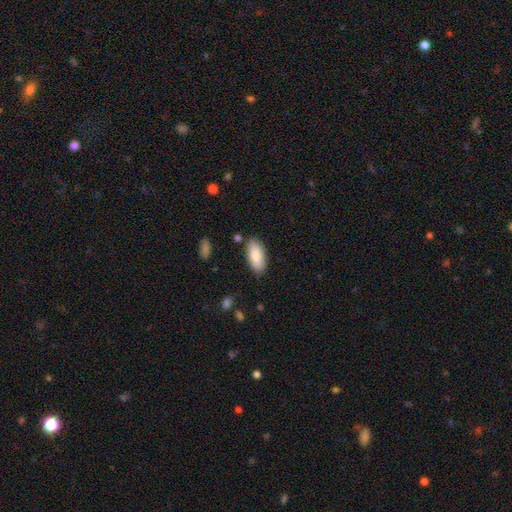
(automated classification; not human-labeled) This is likely a smooth galaxy (80%). How rounded: clearly in between (88%). Merging: clearly none (83%).